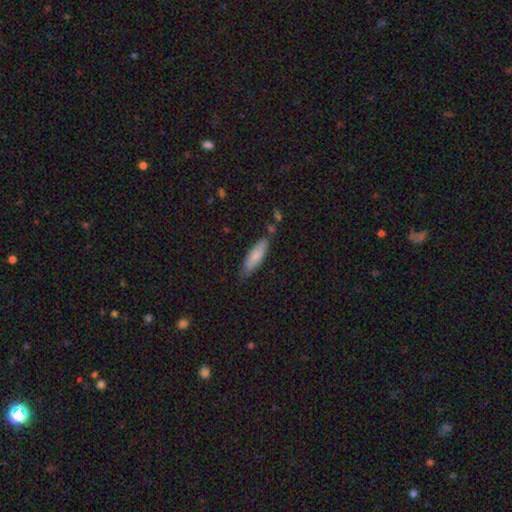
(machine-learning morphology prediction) Smooth or featured? smooth (80%)
How rounded? cigar-shaped (59%)
Merging? none (72%)